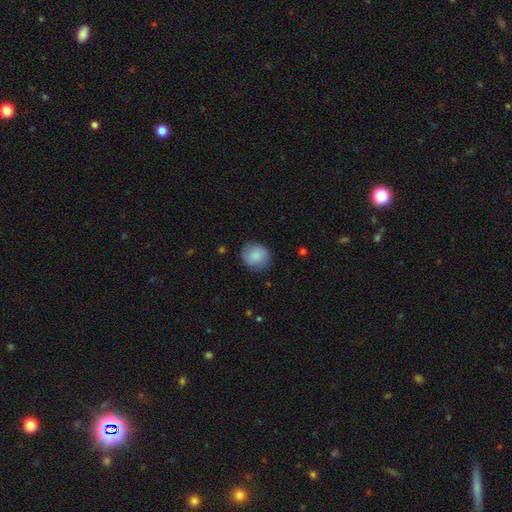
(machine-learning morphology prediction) Smooth or featured? smooth (85%)
How rounded? round (78%)
Merging? none (83%)